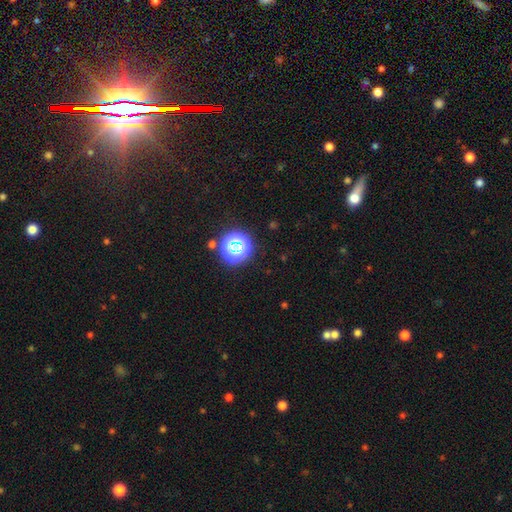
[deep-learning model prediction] Smooth or featured? star or artifact (79%)